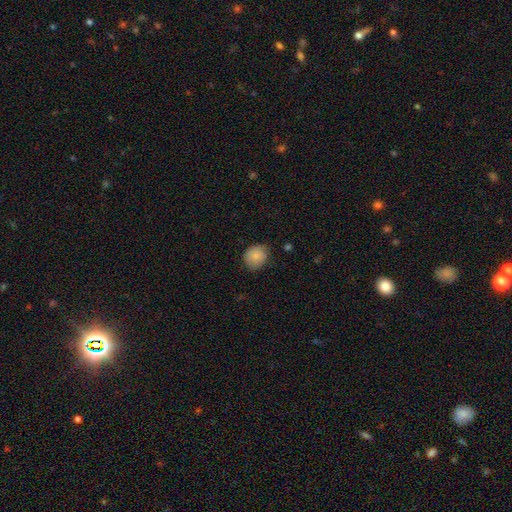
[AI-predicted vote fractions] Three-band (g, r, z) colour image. It shows a smooth galaxy with no disk features (83%) that is round (70%). Merging: none (70%).